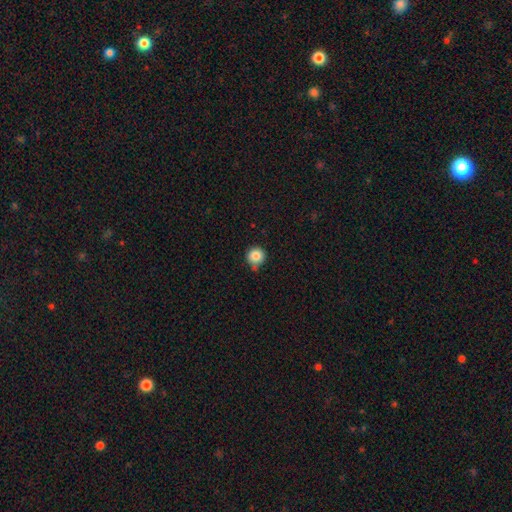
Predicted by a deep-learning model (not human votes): This is clearly a smooth galaxy (85%). How rounded: clearly round (93%). Merging: likely none (65%).